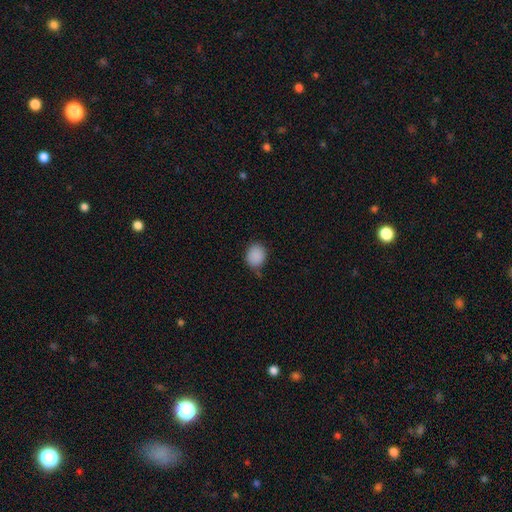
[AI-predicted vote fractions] Overall: smooth (88%). How rounded: round (65%; in between 34%). Merging: none (72%).